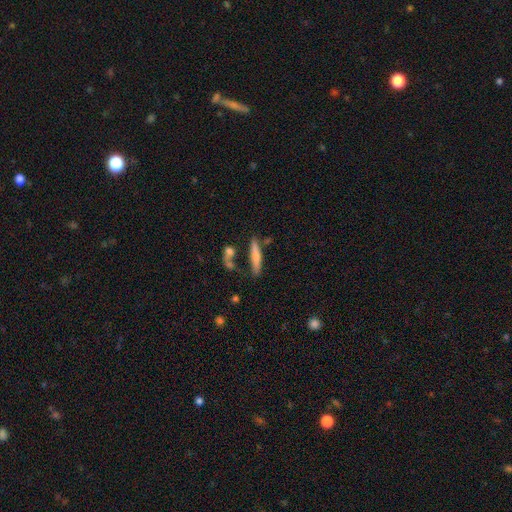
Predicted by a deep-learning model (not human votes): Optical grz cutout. It shows a smooth galaxy with no disk features (57%) that is cigar-shaped (85%). Merging: none (67%).